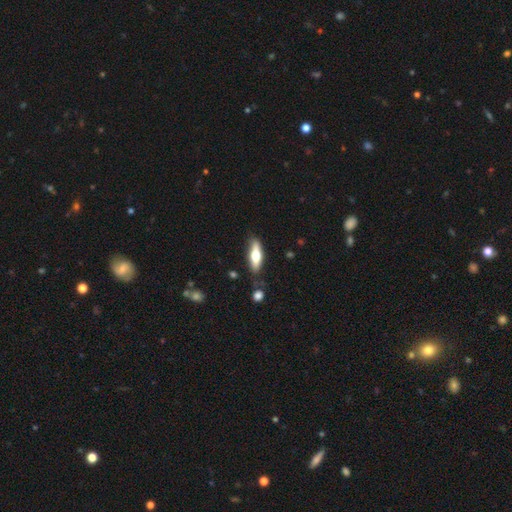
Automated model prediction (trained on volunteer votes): A smooth galaxy with no disk features (54%) that is cigar-shaped (50%).

Vote fractions:
- Smooth or featured? smooth: 54% / featured or disk: 40% / star or artifact: 6%
- How rounded? cigar-shaped: 50% / in between: 48% / round: 2%
- Merging? none: 78% / minor disturbance: 15% / merger: 4% / major disturbance: 3%